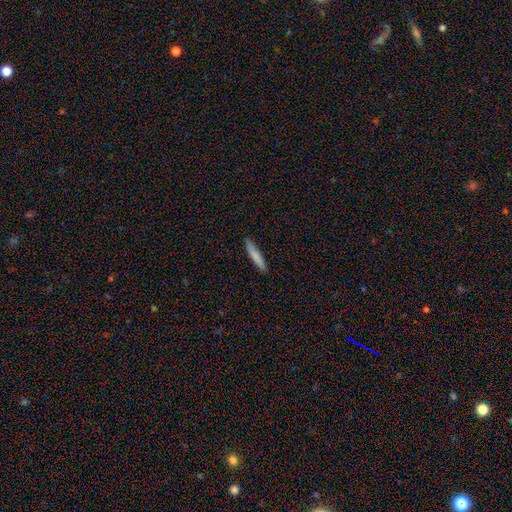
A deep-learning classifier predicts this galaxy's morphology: This appears to be a smooth galaxy with no disk features (77%) that is cigar-shaped (95%). Merging: none (92%).